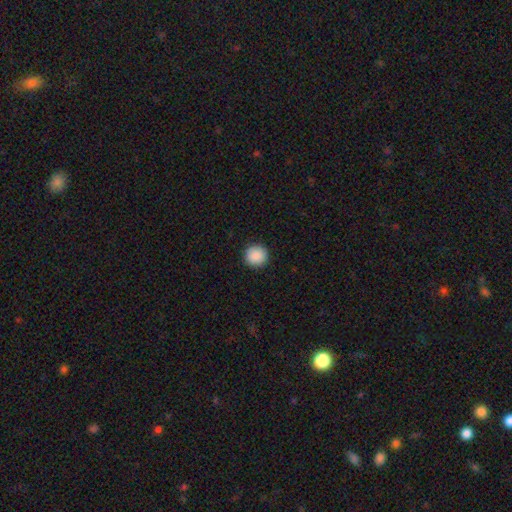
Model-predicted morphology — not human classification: smooth_or_featured: smooth (p=0.90) [alt: star or artifact p=0.08]
how_rounded: round (p=0.95) [alt: in between p=0.04]
merging: none (p=0.93) [alt: minor disturbance p=0.05]